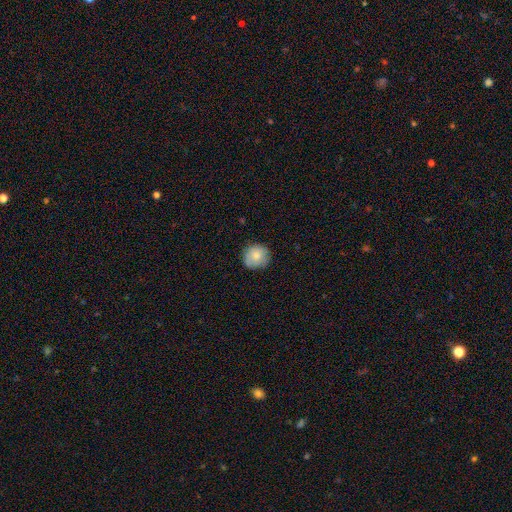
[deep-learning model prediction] Smooth or featured? Predicted: smooth (p=0.79). How rounded? Predicted: round (p=0.92). Merging? Predicted: none (p=0.82).